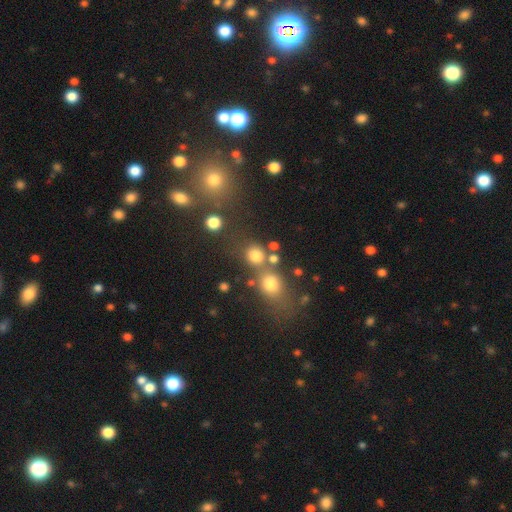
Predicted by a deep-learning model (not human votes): Smooth or featured? smooth (77%)
How rounded? round (82%)
Merging? none (57%)